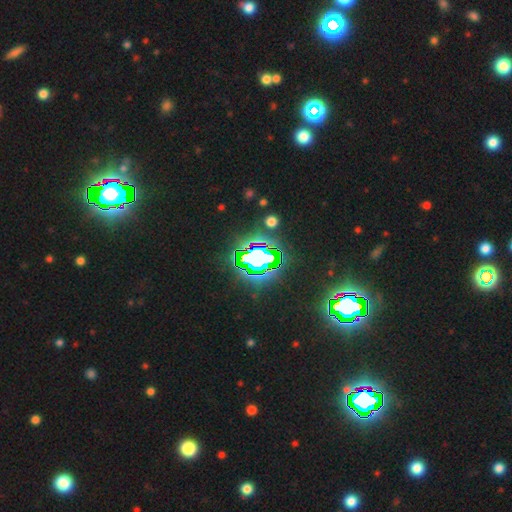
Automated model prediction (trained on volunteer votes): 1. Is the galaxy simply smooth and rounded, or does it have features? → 78% star or artifact, 12% smooth, 10% featured or disk.